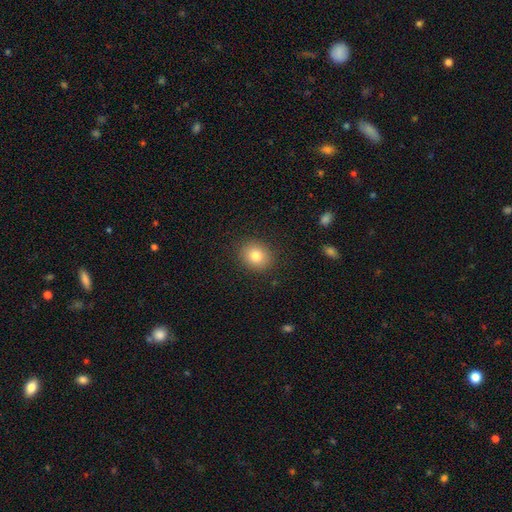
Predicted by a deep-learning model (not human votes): smooth 80%, star or artifact 11%, featured or disk 10%. Down the decision tree: how rounded — round (71%); merging — none (89%).